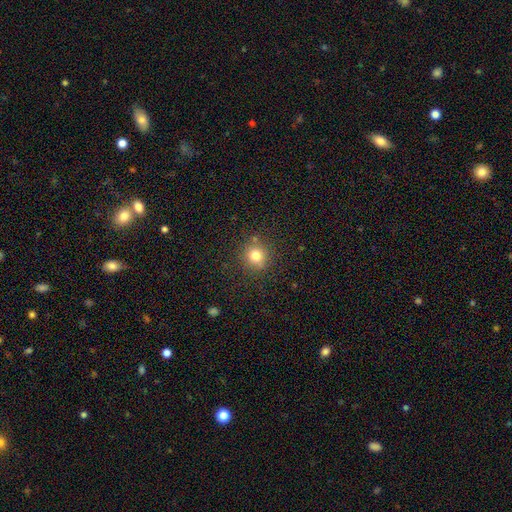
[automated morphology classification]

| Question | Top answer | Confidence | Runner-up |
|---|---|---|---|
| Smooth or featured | smooth | 78% | star or artifact (15%) |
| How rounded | round | 91% | in between (8%) |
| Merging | none | 84% | minor disturbance (10%) |